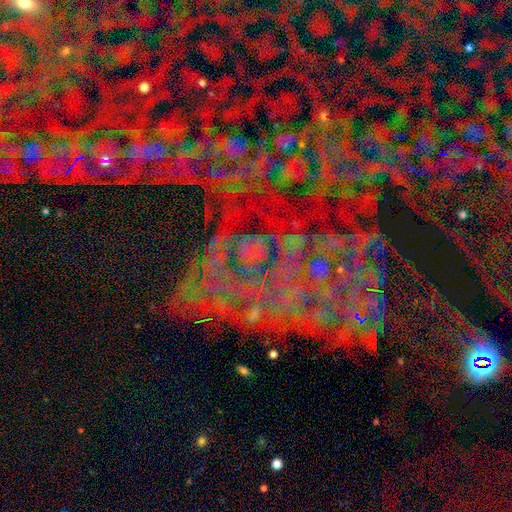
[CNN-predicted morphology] type=star or artifact (77%).